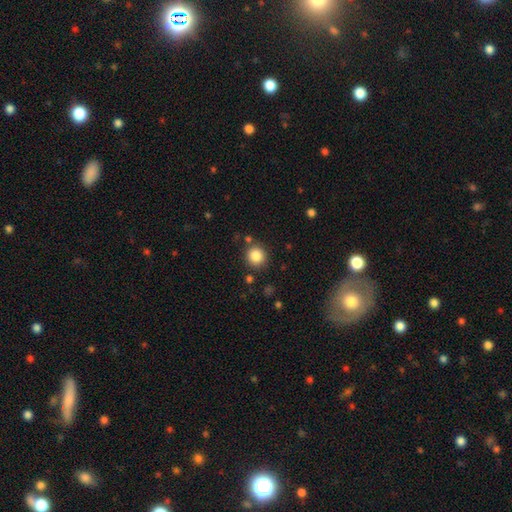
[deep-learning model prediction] smooth-or-featured: smooth: 86% | star or artifact: 10% | featured or disk: 4%
  how-rounded: round: 91% | in between: 8% | cigar-shaped: 1%
  merging: none: 84% | minor disturbance: 8% | merger: 4% | major disturbance: 3%